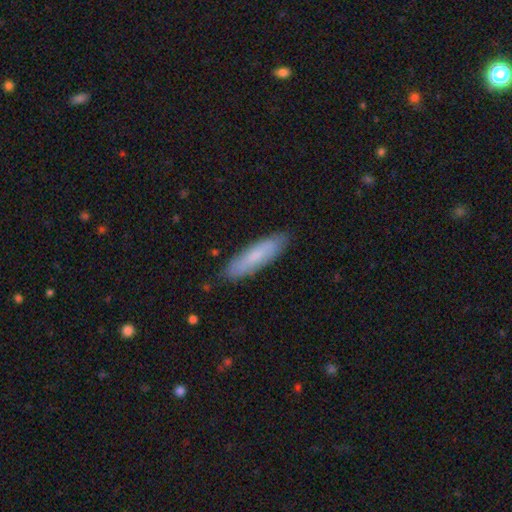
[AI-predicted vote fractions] Smooth or featured?
  - smooth: 74% *
  - featured or disk: 20%
  - star or artifact: 6%
How rounded?
  - cigar-shaped: 70% *
  - in between: 28%
  - round: 1%
Merging?
  - none: 87% *
  - minor disturbance: 10%
  - major disturbance: 2%
  - merger: 1%